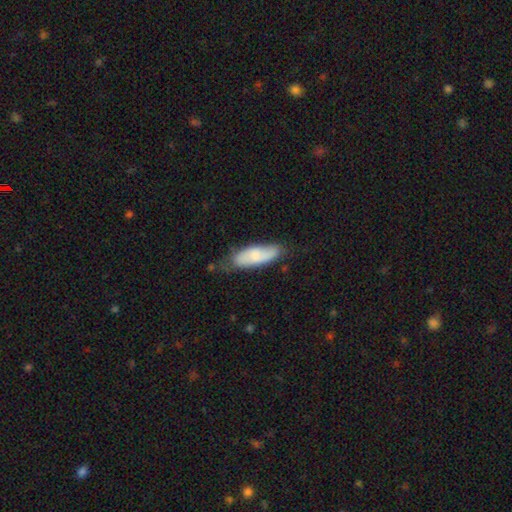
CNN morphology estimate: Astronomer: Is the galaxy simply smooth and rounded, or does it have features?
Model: smooth — 70%.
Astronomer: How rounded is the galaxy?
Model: in between — 60% (runner-up: cigar-shaped, 38%).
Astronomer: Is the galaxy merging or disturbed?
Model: none — 62%.